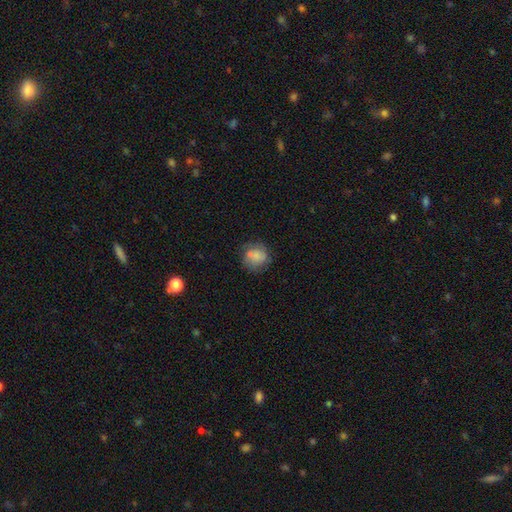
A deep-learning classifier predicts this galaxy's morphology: smooth_or_featured: smooth (p=0.73) [alt: featured or disk p=0.18]
how_rounded: round (p=0.81) [alt: in between p=0.18]
merging: none (p=0.67) [alt: minor disturbance p=0.22]